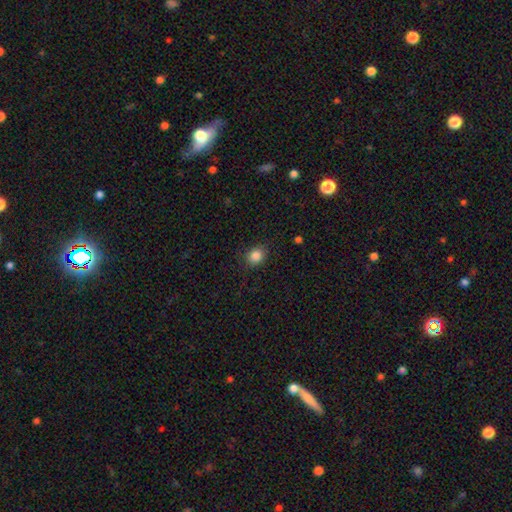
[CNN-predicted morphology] smooth 85%, star or artifact 10%, featured or disk 4%. Down the decision tree: how rounded — round (65%); merging — none (85%).